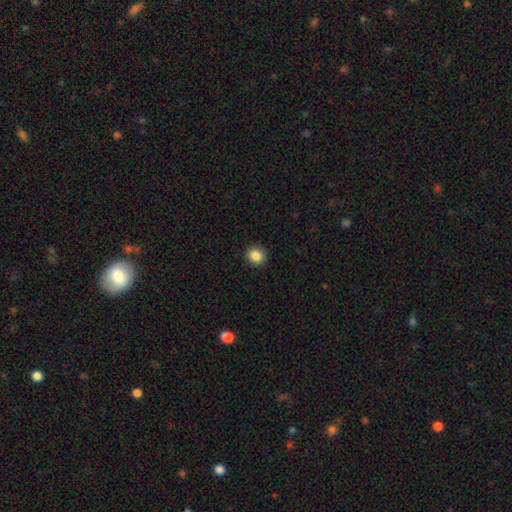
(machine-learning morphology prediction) Overall: smooth (87%). How rounded: round (87%). Merging: none (91%).